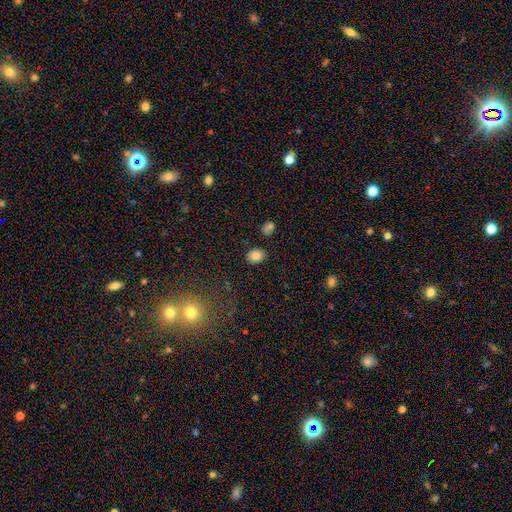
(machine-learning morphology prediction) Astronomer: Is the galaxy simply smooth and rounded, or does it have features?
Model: smooth — 83%.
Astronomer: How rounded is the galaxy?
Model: in between — 59% (runner-up: round, 40%).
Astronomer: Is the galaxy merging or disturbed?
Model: none — 85%.